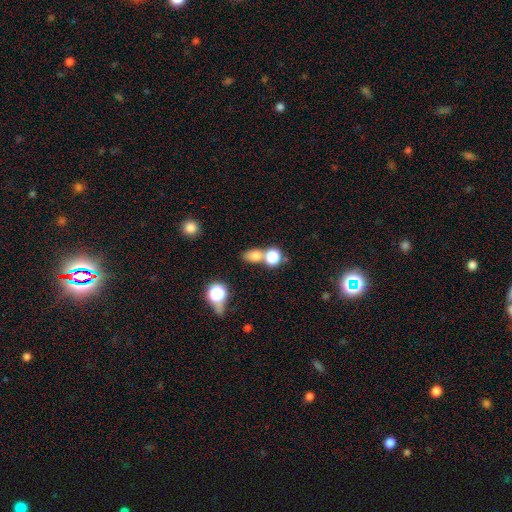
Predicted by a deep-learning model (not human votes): Smooth or featured? Predicted: smooth (p=0.74). How rounded? Predicted: in between (p=0.56). Merging? Predicted: none (p=0.45).